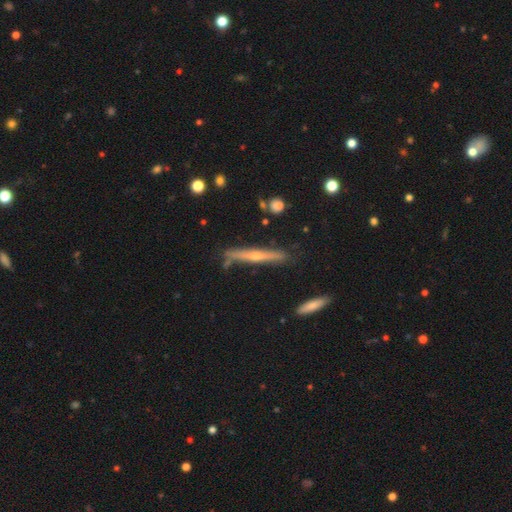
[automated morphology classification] A featured or disk galaxy (68%) viewed edge-on (96%) with a rounded central bulge (79%). Merging: none (81%).